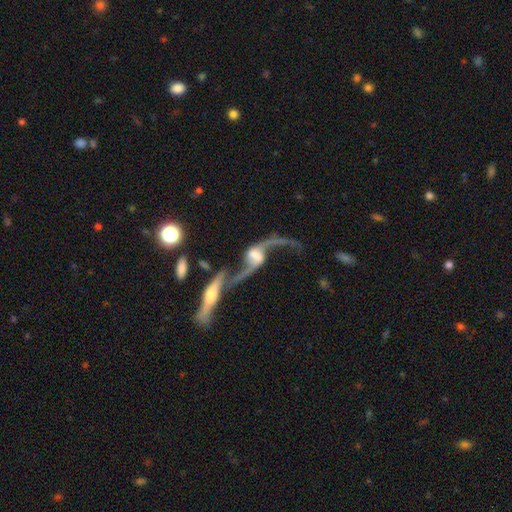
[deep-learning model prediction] This is clearly a featured or disk galaxy (87%). It is clearly not viewed edge-on (89%). Bar: marginally weak (42%). Spiral arm pattern: clearly yes (94%). Spiral arm count: clearly 2 (92%). Spiral winding: clearly loose (92%). Central bulge: marginally moderate (29%). Merging: possibly merger (53%).